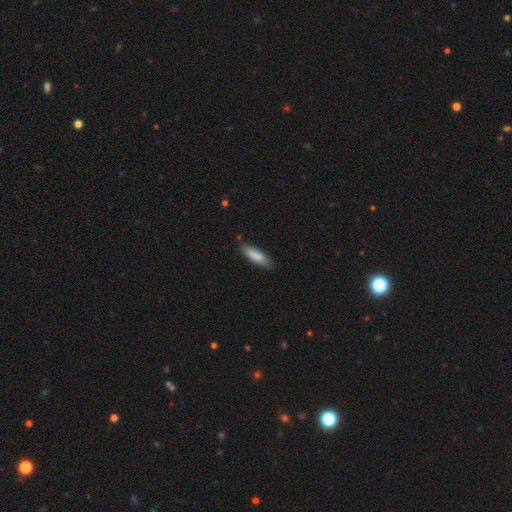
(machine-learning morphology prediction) Smooth or featured?
  - smooth: 85% *
  - featured or disk: 9%
  - star or artifact: 6%
How rounded?
  - cigar-shaped: 59% *
  - in between: 40%
  - round: 1%
Merging?
  - none: 81% *
  - minor disturbance: 14%
  - major disturbance: 3%
  - merger: 2%